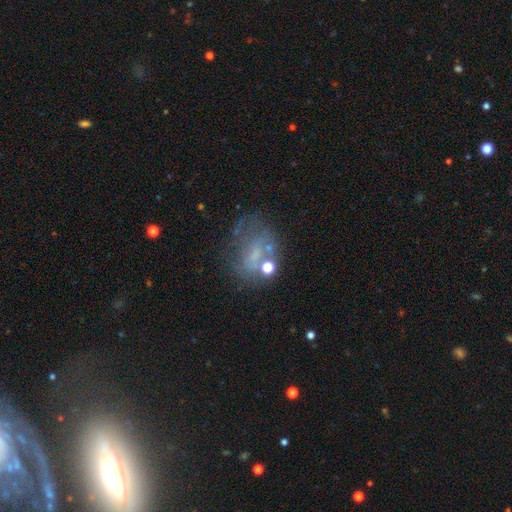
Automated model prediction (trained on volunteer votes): smooth_or_featured: featured or disk (p=0.45) [alt: smooth p=0.32]
merging: none (p=0.43) [alt: major disturbance p=0.27]